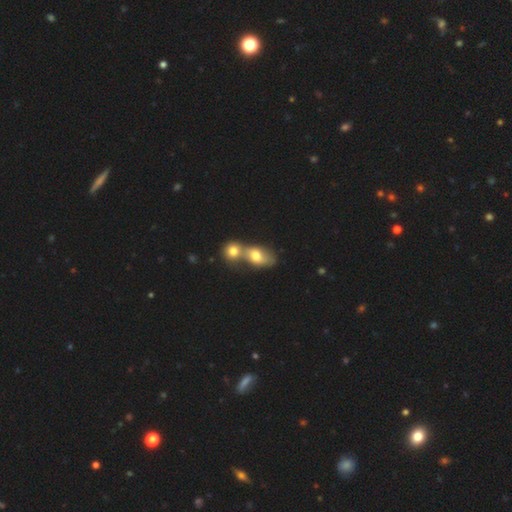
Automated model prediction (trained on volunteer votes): smooth-or-featured: smooth: 68% | featured or disk: 21% | star or artifact: 11%
  how-rounded: in between: 70% | round: 27% | cigar-shaped: 4%
  merging: merger: 70% | none: 21% | minor disturbance: 6% | major disturbance: 4%